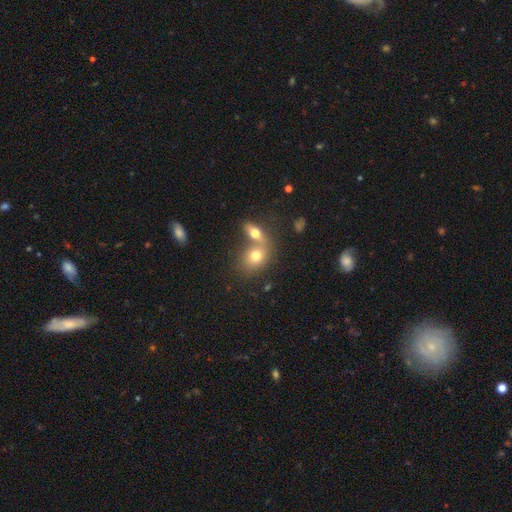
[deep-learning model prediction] Smooth or featured? Predicted: smooth (p=0.72). How rounded? Predicted: in between (p=0.56). Merging? Predicted: merger (p=0.56).